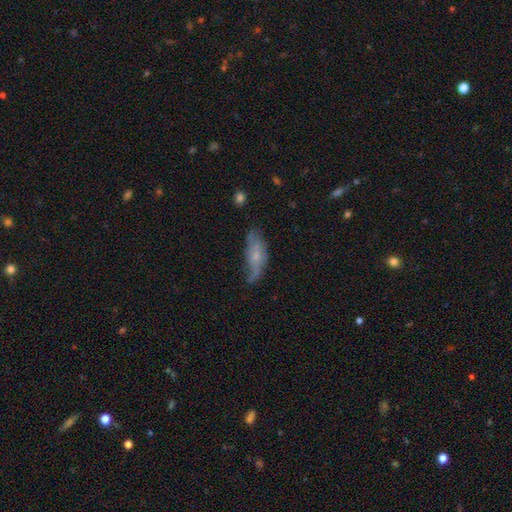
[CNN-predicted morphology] Q: Smooth or featured?
A: featured or disk (50%); runner-up: smooth (42%)
Q: Edge-on disk?
A: no (84%); runner-up: yes (16%)
Q: Merging?
A: none (45%); runner-up: minor disturbance (33%)